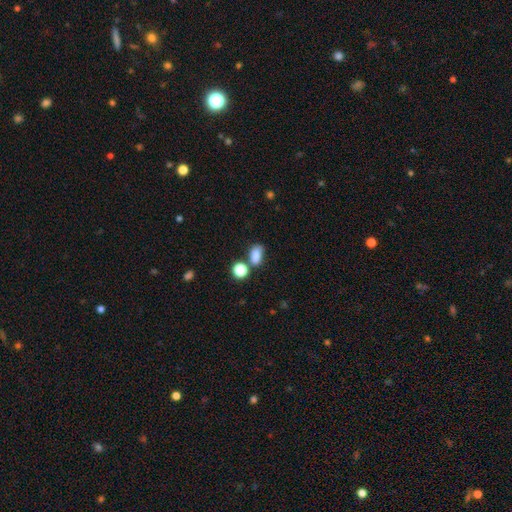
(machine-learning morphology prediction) smooth 83%, star or artifact 11%, featured or disk 6%. Down the decision tree: how rounded — in between (81%); merging — none (56%).